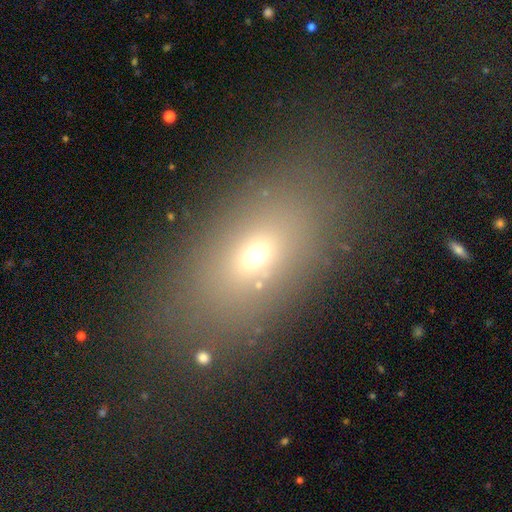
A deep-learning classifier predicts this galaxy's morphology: This appears to be a smooth galaxy with no disk features (64%) that is in between round and cigar-shaped (80%). Merging: none (79%).